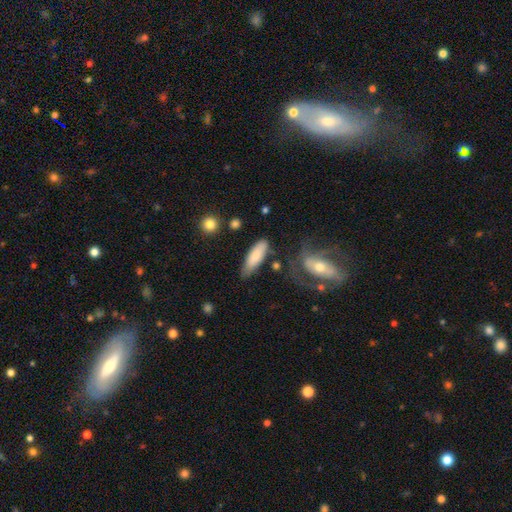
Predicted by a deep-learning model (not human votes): Smooth or featured?
  - smooth: 78% *
  - featured or disk: 16%
  - star or artifact: 6%
How rounded?
  - in between: 52% *
  - cigar-shaped: 46%
  - round: 2%
Merging?
  - none: 66% *
  - minor disturbance: 21%
  - major disturbance: 7%
  - merger: 6%